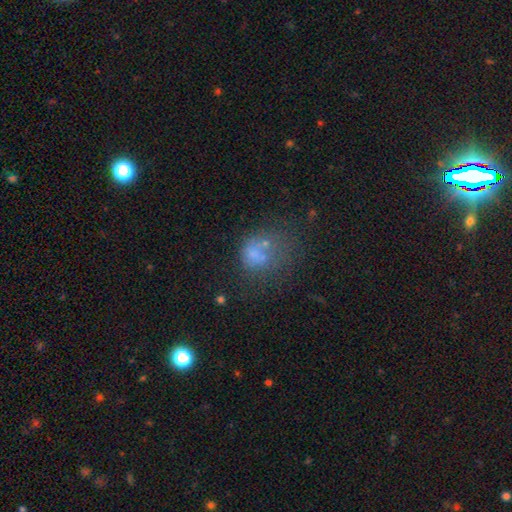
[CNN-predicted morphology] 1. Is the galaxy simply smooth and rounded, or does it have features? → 50% smooth, 29% featured or disk, 21% star or artifact.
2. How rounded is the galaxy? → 51% round, 48% in between, 1% cigar-shaped.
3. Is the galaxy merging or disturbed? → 32% none, 27% major disturbance, 23% merger, 17% minor disturbance.